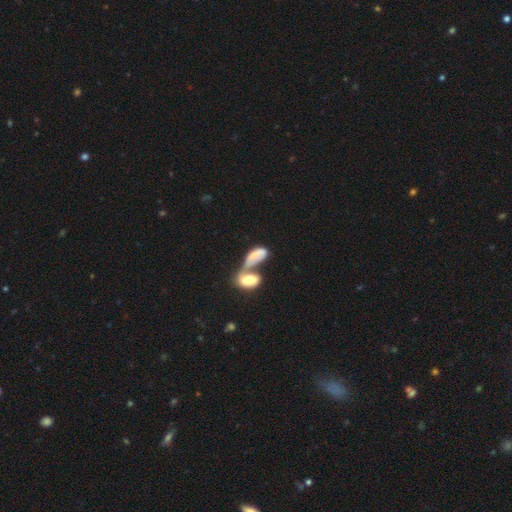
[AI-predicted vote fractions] Smooth or featured? smooth (65%)
How rounded? in between (88%)
Merging? merger (74%)